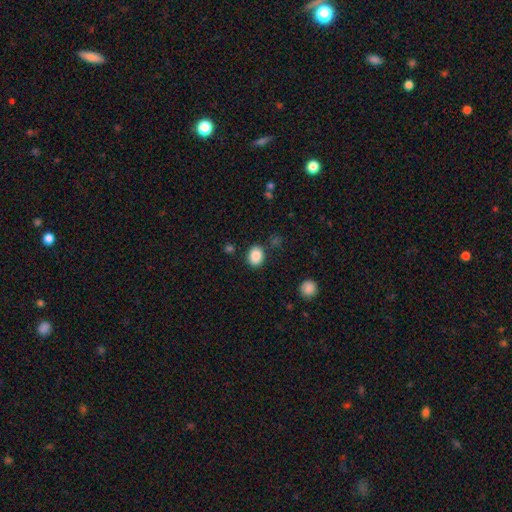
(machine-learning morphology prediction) This appears to be a smooth galaxy with no disk features (87%) that is in between round and cigar-shaped (54%). Merging: none (85%).